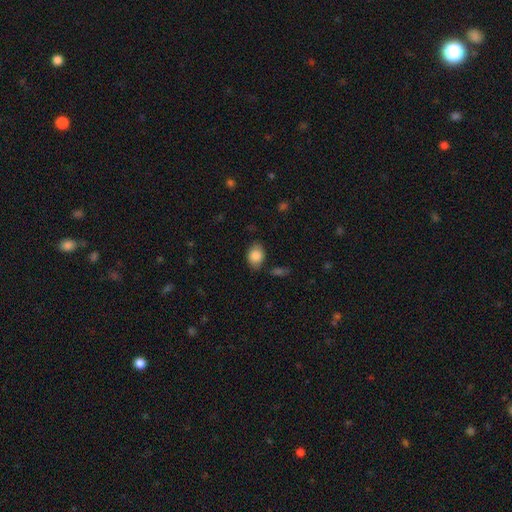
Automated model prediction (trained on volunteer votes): A smooth galaxy with no disk features (86%) that is in between round and cigar-shaped (71%). Merging: none (73%).